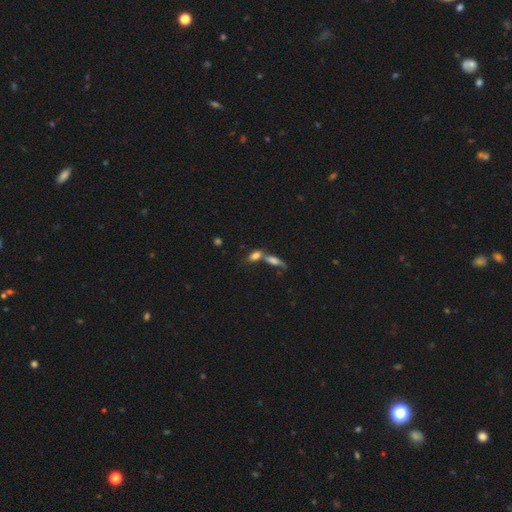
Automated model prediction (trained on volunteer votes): Q: Smooth or featured?
A: smooth (75%); runner-up: featured or disk (15%)
Q: How rounded?
A: in between (79%); runner-up: cigar-shaped (13%)
Q: Merging?
A: merger (58%); runner-up: none (29%)